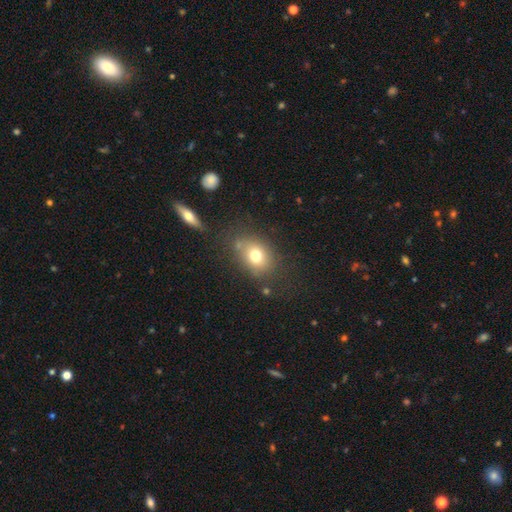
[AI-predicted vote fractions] Smooth or featured?
  - smooth: 74% *
  - featured or disk: 14%
  - star or artifact: 13%
How rounded?
  - in between: 59% *
  - round: 40%
  - cigar-shaped: 1%
Merging?
  - none: 70% *
  - minor disturbance: 17%
  - major disturbance: 8%
  - merger: 5%